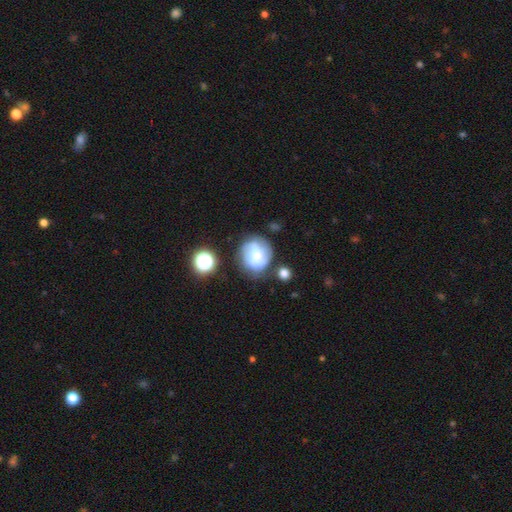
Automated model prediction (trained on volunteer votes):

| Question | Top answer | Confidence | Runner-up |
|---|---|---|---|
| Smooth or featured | featured or disk | 57% | smooth (33%) |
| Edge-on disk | no | 97% | yes (3%) |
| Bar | no | 61% | weak (31%) |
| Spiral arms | yes | 82% | no (18%) |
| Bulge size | moderate | 34% | small (32%) |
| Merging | none | 62% | minor disturbance (21%) |